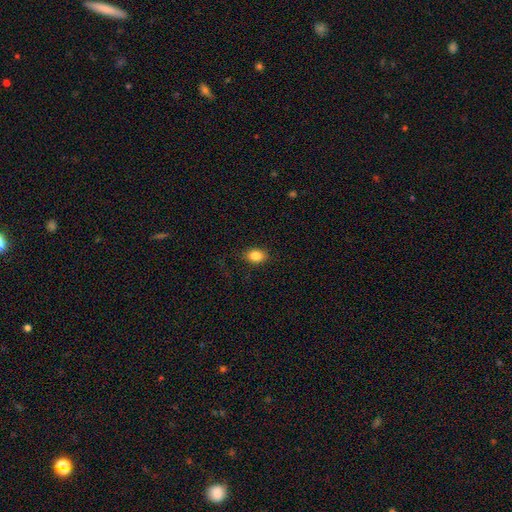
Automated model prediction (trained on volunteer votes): Morphology: type=smooth (85%); roundness=in between (74%); merging=none (85%).